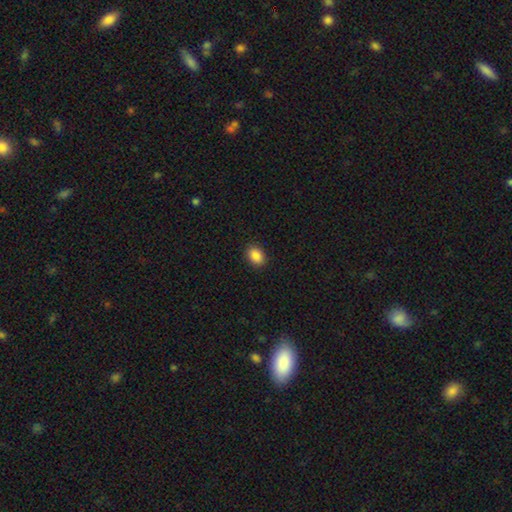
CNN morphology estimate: smooth_or_featured: smooth (p=0.88) [alt: star or artifact p=0.09]
how_rounded: in between (p=0.72) [alt: round p=0.27]
merging: none (p=0.90) [alt: minor disturbance p=0.07]